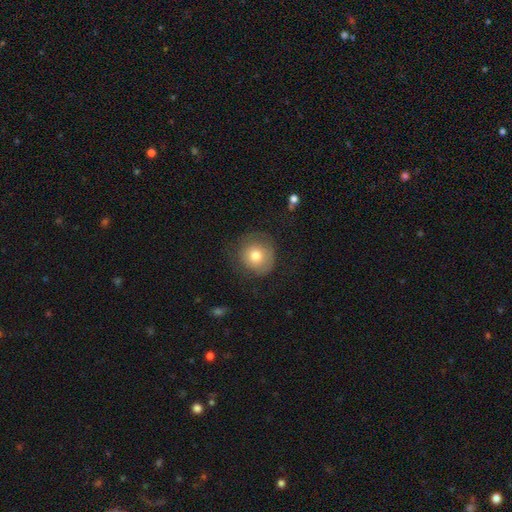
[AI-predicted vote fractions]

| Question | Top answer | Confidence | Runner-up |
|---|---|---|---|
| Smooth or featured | smooth | 74% | featured or disk (18%) |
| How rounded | round | 90% | in between (9%) |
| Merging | none | 67% | minor disturbance (20%) |